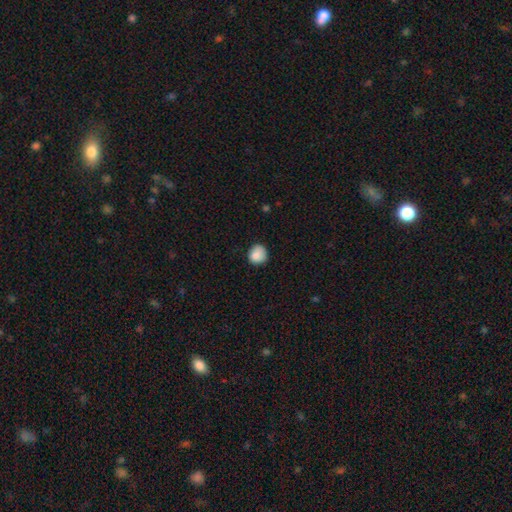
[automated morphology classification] A smooth galaxy with no disk features (84%) that is round (85%). Merging: none (74%).